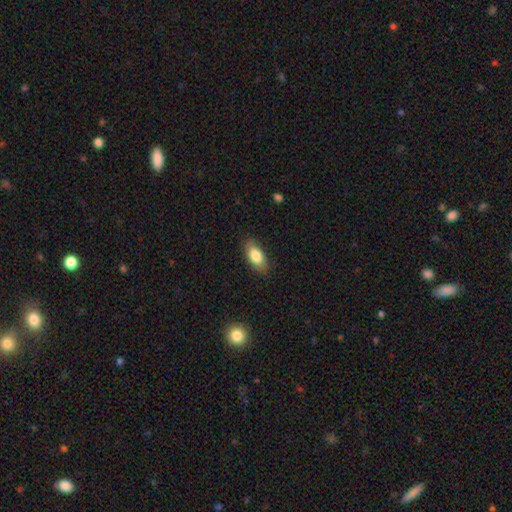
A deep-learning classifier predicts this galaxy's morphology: Smooth or featured: smooth — 81% (featured or disk — 12%)
How rounded: in between — 89% (cigar-shaped — 6%)
Merging: none — 83% (minor disturbance — 12%)